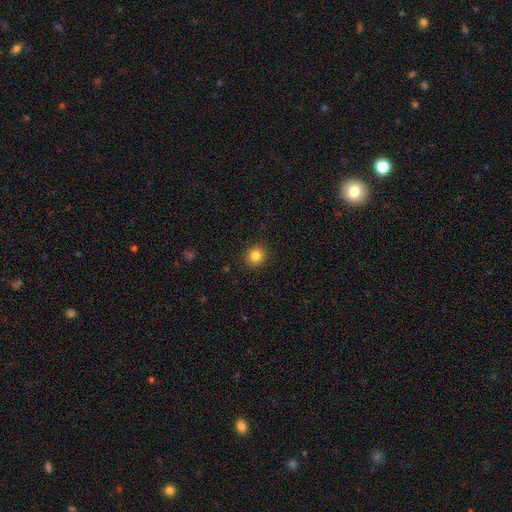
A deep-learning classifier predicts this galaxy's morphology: Overall: smooth (83%). How rounded: round (89%). Merging: none (91%).